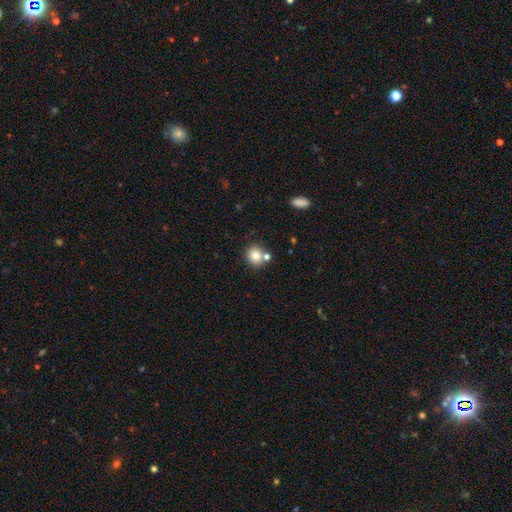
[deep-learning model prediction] smooth 79%, star or artifact 11%, featured or disk 10%. Down the decision tree: how rounded — round (80%); merging — none (65%).